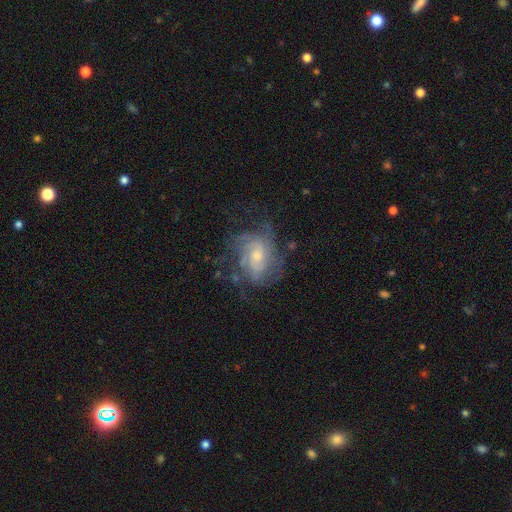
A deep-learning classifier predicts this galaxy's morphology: smooth-or-featured: featured or disk: 77% | smooth: 14% | star or artifact: 9%
  disk-edge-on: no: 97% | yes: 3%
    bar: no: 61% | weak: 33% | strong: 6%
    has-spiral-arms: yes: 86% | no: 14%
      spiral-winding: tight: 46% | medium: 38% | loose: 16%
      spiral-arm-count: can't tell: 44% | 2: 15% | 3: 15% | 4: 15% | more than 4: 6% | 1: 5%
    bulge-size: small: 57% | moderate: 37% | large: 3% | none: 2% | dominant: 1%
  merging: none: 58% | minor disturbance: 21% | major disturbance: 19% | merger: 2%